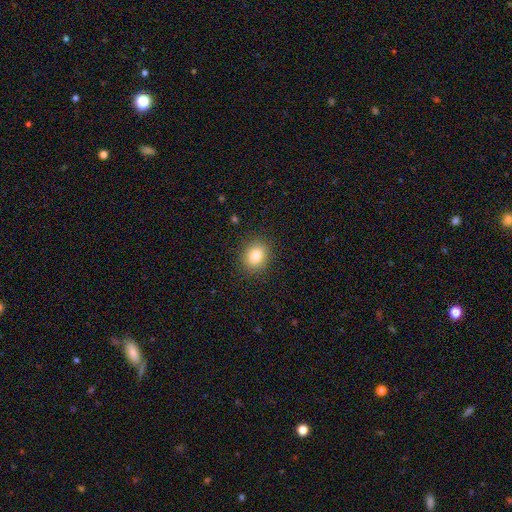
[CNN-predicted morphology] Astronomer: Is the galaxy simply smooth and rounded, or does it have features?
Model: smooth — 83%.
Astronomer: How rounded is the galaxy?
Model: round — 64%.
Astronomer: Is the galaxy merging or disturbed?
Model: none — 88%.